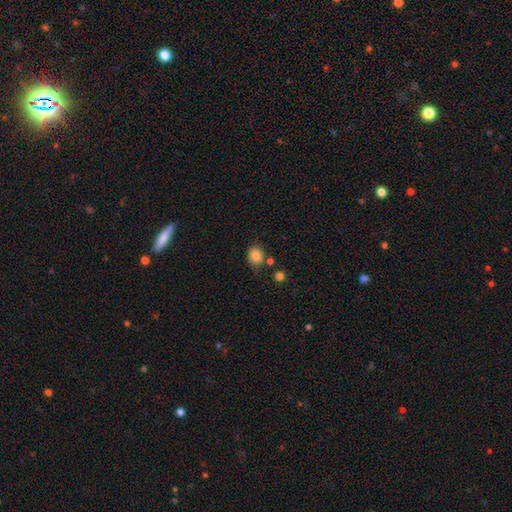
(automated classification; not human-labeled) Smooth or featured? Predicted: smooth (p=0.84). How rounded? Predicted: round (p=0.73). Merging? Predicted: none (p=0.73).